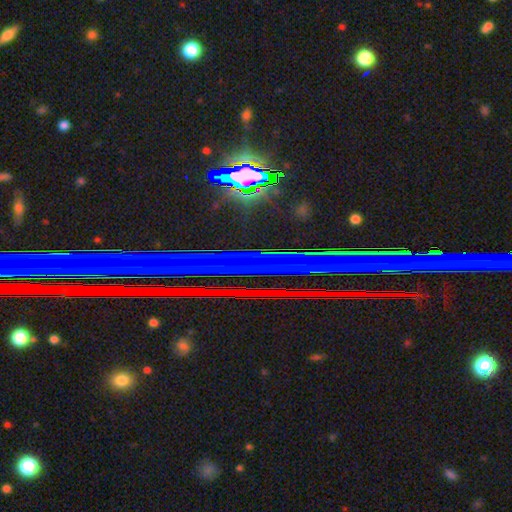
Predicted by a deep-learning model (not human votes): Overall: star or artifact (81%).